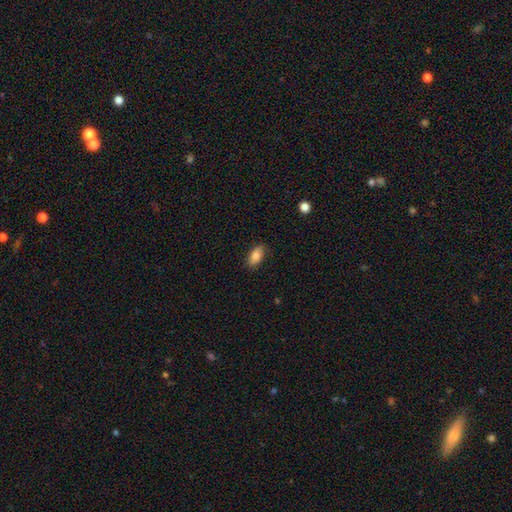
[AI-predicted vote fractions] This appears to be a smooth galaxy with no disk features (83%) that is in between round and cigar-shaped (91%). Merging: none (87%).